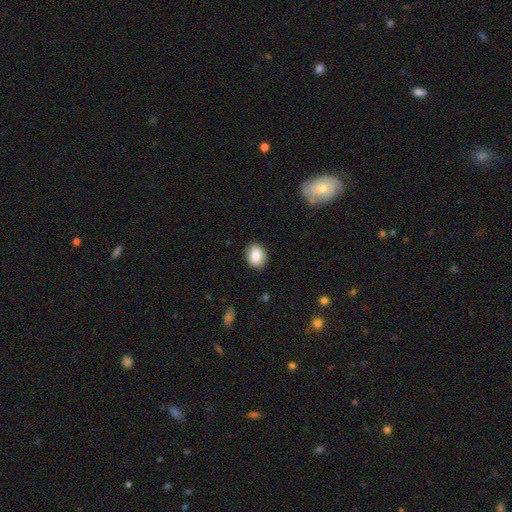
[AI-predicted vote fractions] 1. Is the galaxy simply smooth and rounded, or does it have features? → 84% smooth, 9% featured or disk, 8% star or artifact.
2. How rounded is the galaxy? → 64% in between, 35% round, 1% cigar-shaped.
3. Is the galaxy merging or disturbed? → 88% none, 9% minor disturbance, 2% major disturbance, 1% merger.